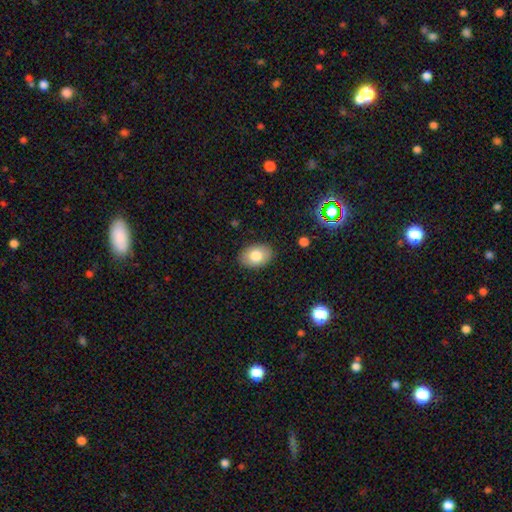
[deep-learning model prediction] Q: Smooth or featured?
A: smooth (79%); runner-up: featured or disk (13%)
Q: How rounded?
A: in between (83%); runner-up: round (16%)
Q: Merging?
A: none (88%); runner-up: minor disturbance (9%)